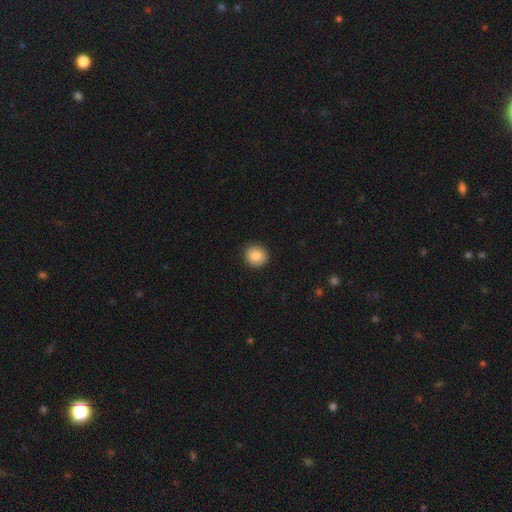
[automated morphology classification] Smooth or featured?
  - smooth: 85% *
  - star or artifact: 8%
  - featured or disk: 7%
How rounded?
  - round: 90% *
  - in between: 9%
  - cigar-shaped: 1%
Merging?
  - none: 90% *
  - minor disturbance: 7%
  - major disturbance: 2%
  - merger: 1%